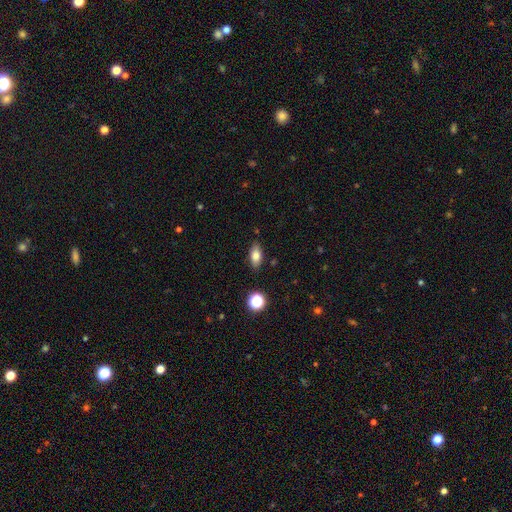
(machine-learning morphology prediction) smooth-or-featured: smooth: 78% | featured or disk: 12% | star or artifact: 10%
  how-rounded: in between: 84% | cigar-shaped: 10% | round: 7%
  merging: none: 85% | minor disturbance: 11% | major disturbance: 2% | merger: 2%